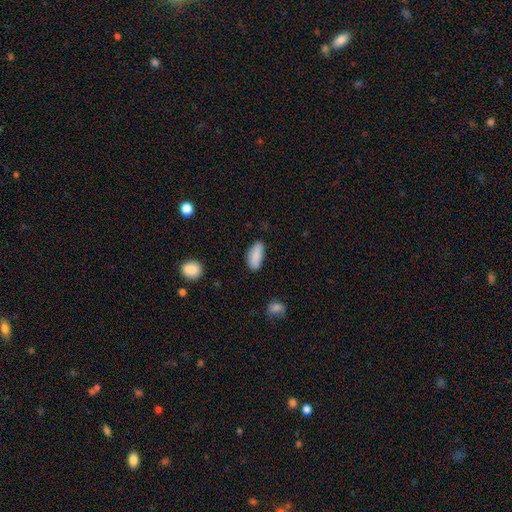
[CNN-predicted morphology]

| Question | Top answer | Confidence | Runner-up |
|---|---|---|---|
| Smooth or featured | smooth | 87% | featured or disk (7%) |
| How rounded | in between | 82% | cigar-shaped (15%) |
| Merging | none | 83% | minor disturbance (13%) |